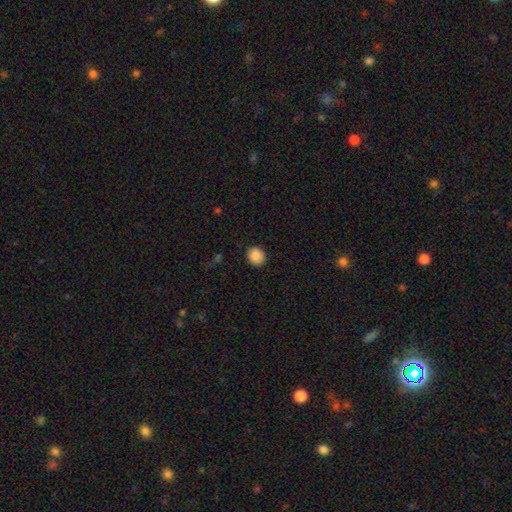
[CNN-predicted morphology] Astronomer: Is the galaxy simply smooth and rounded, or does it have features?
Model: smooth — 89%.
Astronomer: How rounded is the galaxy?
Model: round — 83%.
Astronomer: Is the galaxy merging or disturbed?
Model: none — 90%.